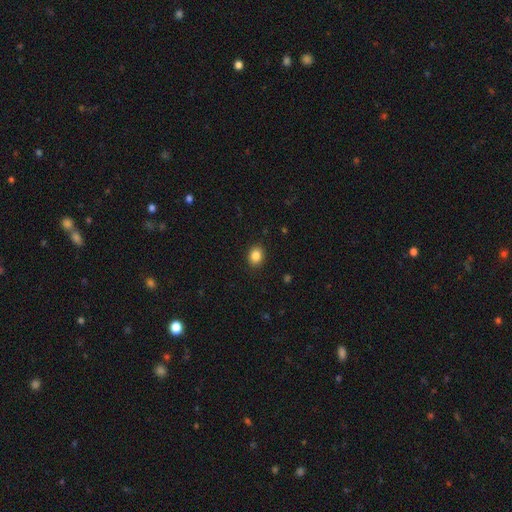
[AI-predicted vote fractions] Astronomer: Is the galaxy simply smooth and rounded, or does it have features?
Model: smooth — 85%.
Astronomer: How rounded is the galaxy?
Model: round — 52% (runner-up: in between, 47%).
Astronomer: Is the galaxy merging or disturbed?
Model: none — 90%.